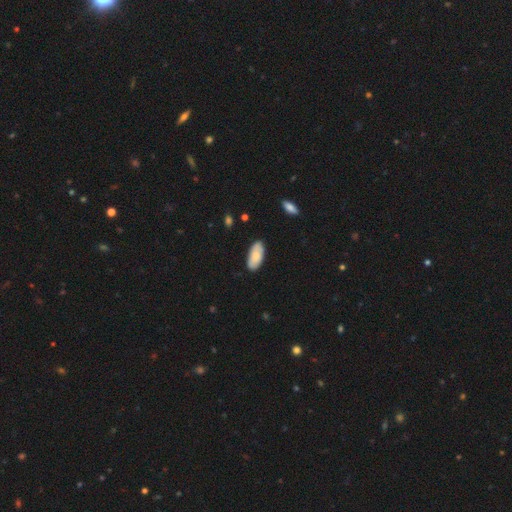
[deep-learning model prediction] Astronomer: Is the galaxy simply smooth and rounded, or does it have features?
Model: smooth — 78%.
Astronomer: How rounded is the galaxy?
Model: in between — 92%.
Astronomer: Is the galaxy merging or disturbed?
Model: none — 84%.